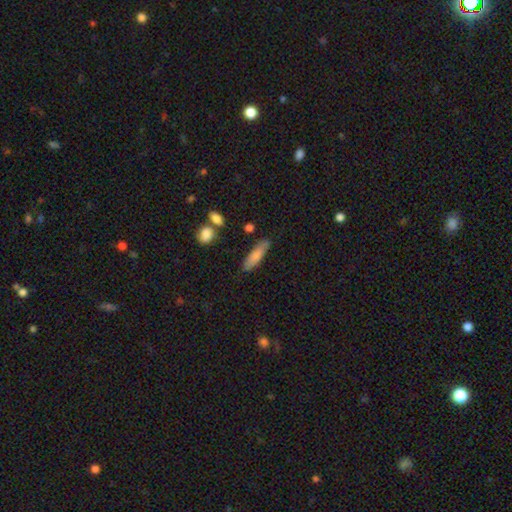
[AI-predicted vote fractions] This appears to be a smooth galaxy with no disk features (79%) that is cigar-shaped (68%). Merging: none (81%).